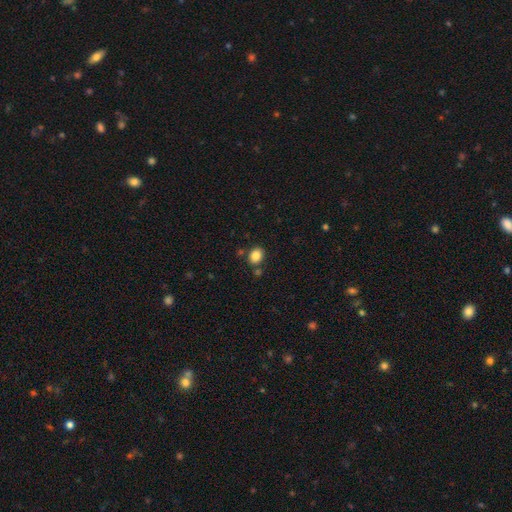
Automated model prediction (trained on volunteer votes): The model was most divided on "how rounded": in between: 54%, round: 45%, cigar-shaped: 1%. More confident: smooth or featured — smooth (85%); merging — none (80%).